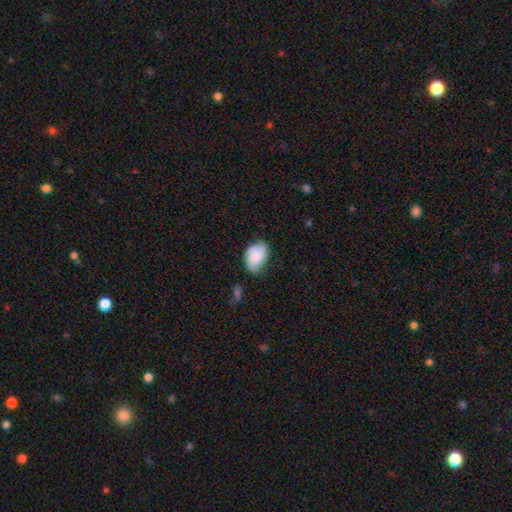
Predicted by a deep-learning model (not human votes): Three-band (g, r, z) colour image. It shows a smooth galaxy with no disk features (58%) that is in between round and cigar-shaped (76%). Merging: none (59%).